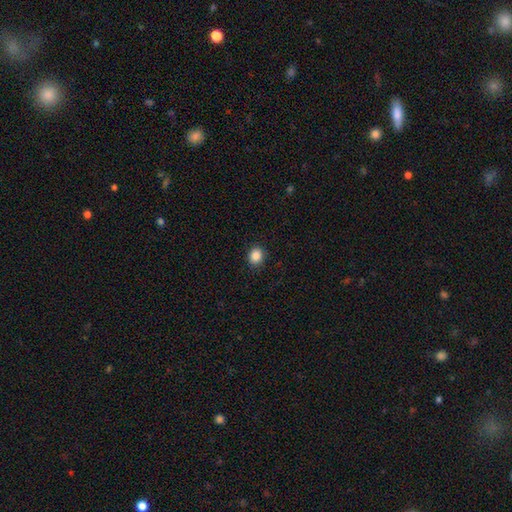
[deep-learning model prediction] Morphology: type=smooth (87%); roundness=round (70%); merging=none (90%).